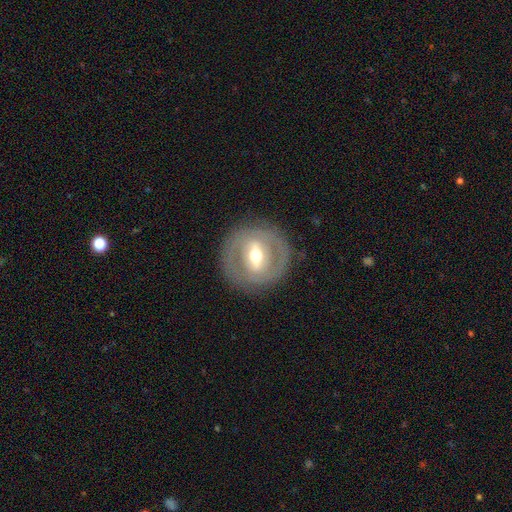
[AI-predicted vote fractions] Morphology: type=featured or disk (73%); edge-on=no (90%); bar=strong (55%); spiral arms=no (60%); bulge=moderate (70%); merging=none (84%).